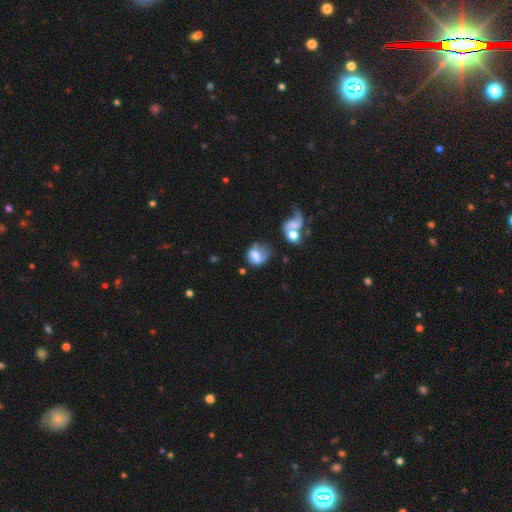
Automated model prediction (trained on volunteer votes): This is likely a smooth galaxy (63%). How rounded: possibly in between (52%). Merging: marginally major disturbance (32%).